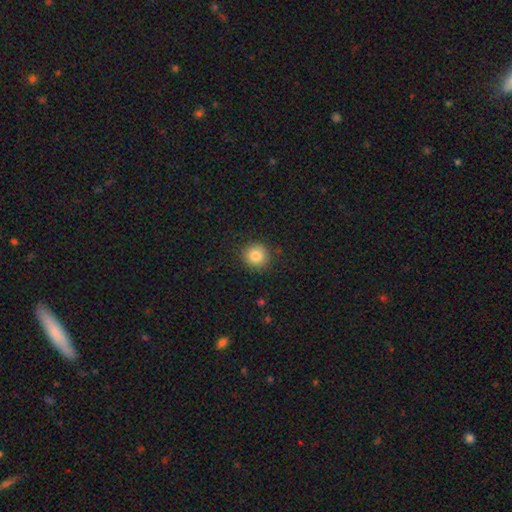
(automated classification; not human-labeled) smooth-or-featured: smooth: 84% | star or artifact: 10% | featured or disk: 6%
  how-rounded: round: 91% | in between: 8% | cigar-shaped: 1%
  merging: none: 88% | minor disturbance: 9% | major disturbance: 3% | merger: 1%